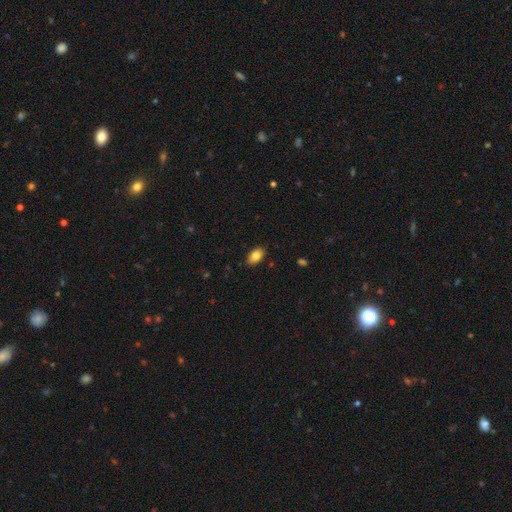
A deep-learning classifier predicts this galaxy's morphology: A smooth galaxy with no disk features (82%) that is in between round and cigar-shaped (92%).

Vote fractions:
- Smooth or featured? smooth: 82% / featured or disk: 11% / star or artifact: 8%
- How rounded? in between: 92% / round: 6% / cigar-shaped: 2%
- Merging? none: 87% / minor disturbance: 10% / major disturbance: 2% / merger: 1%